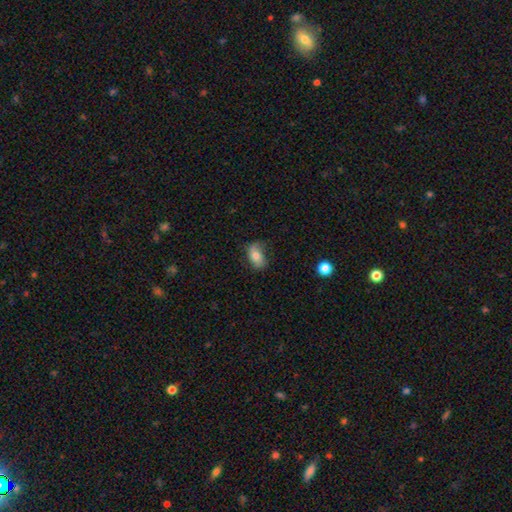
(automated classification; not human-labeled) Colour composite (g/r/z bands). It shows a smooth galaxy with no disk features (69%) that is in between round and cigar-shaped (88%). Merging: none (62%).